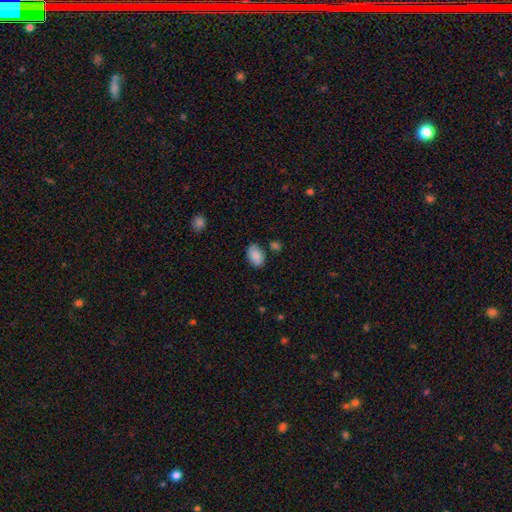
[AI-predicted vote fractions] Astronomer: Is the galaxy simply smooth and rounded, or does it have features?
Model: smooth — 83%.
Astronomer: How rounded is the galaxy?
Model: in between — 89%.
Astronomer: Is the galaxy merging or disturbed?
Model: none — 74%.